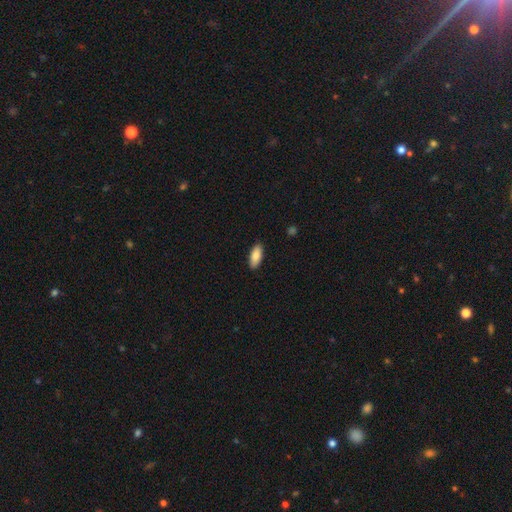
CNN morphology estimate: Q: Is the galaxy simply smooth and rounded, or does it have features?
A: smooth — 85%.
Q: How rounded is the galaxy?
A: in between — 85%.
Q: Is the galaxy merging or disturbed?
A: none — 89%.